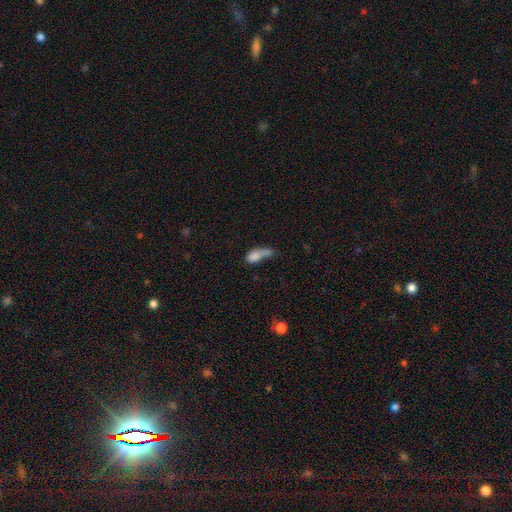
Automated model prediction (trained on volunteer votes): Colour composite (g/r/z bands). It shows a smooth galaxy with no disk features (75%) that is in between round and cigar-shaped (75%). Merging: merger (42%).